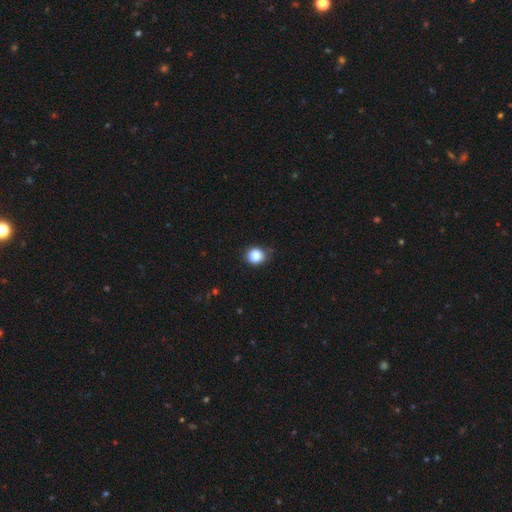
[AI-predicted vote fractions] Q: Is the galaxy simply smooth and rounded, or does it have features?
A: smooth — 85%.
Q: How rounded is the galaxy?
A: round — 83%.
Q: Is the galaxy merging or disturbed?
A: none — 80%.